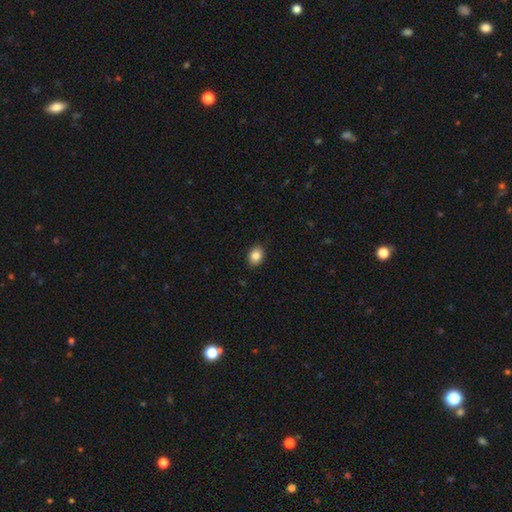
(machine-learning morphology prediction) The model was most divided on "how rounded": in between: 65%, round: 34%, cigar-shaped: 1%. More confident: merging — none (89%); smooth or featured — smooth (86%).